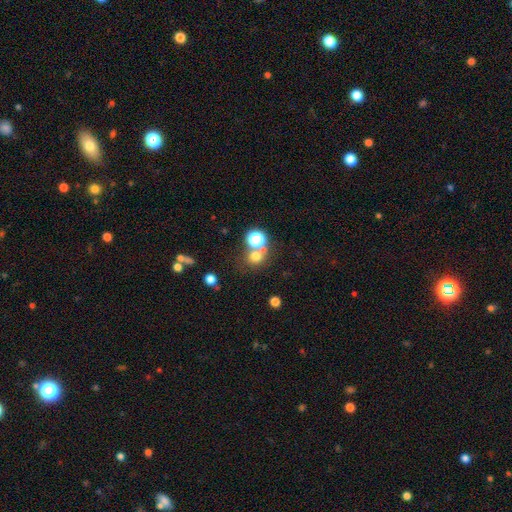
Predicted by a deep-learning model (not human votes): Overall: smooth (66%). How rounded: round (84%). Merging: none (59%; merger 28%).